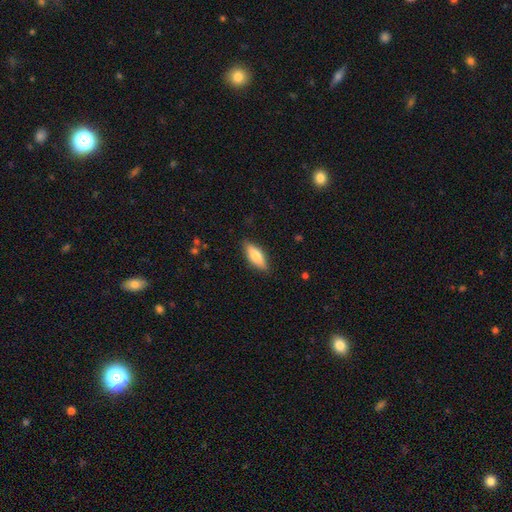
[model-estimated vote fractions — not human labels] Smooth or featured? Predicted: smooth (p=0.70). How rounded? Predicted: in between (p=0.60). Merging? Predicted: none (p=0.85).